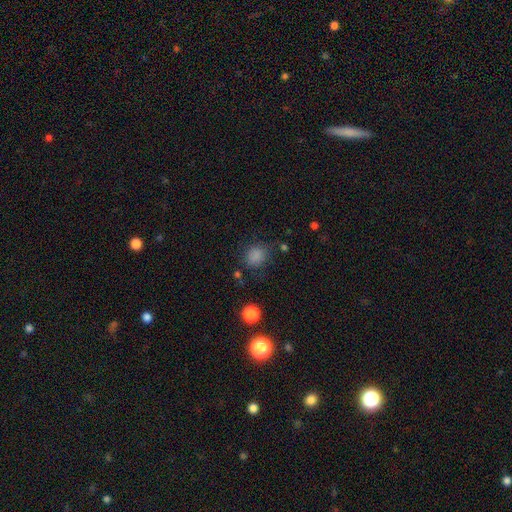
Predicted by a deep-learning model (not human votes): Smooth or featured? smooth (82%)
How rounded? round (67%)
Merging? none (75%)